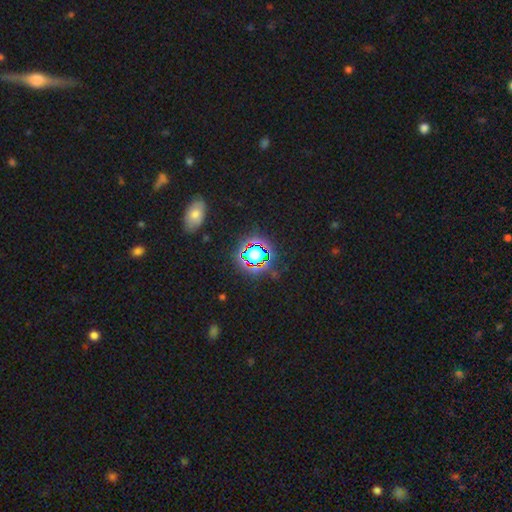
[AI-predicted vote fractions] Smooth or featured? star or artifact (67%)